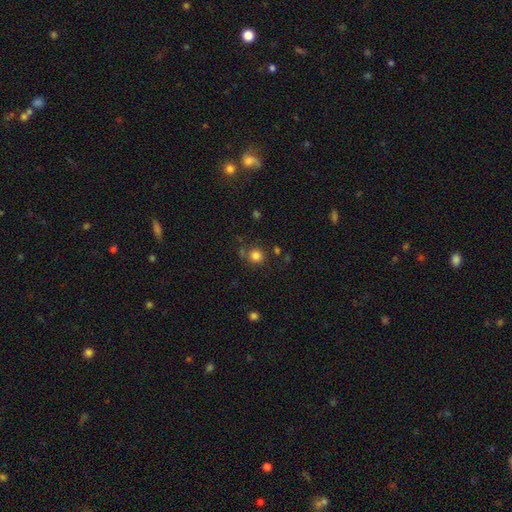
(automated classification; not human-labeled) The model was most divided on "merging": none: 76%, minor disturbance: 11%, merger: 8%, major disturbance: 4%. More confident: how rounded — round (89%); smooth or featured — smooth (82%).